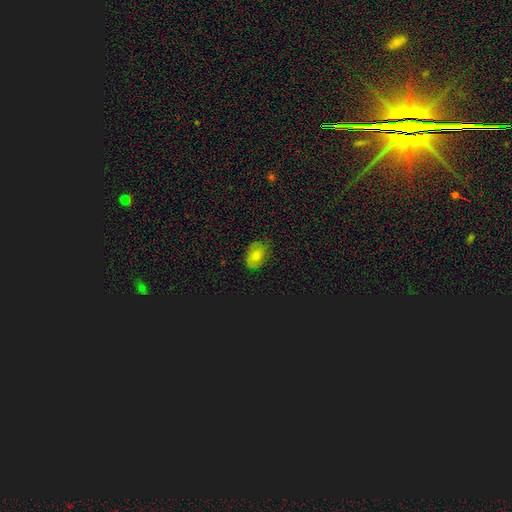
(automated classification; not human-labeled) Smooth or featured: smooth — 45% (star or artifact — 28%)
Merging: none — 75% (minor disturbance — 19%)